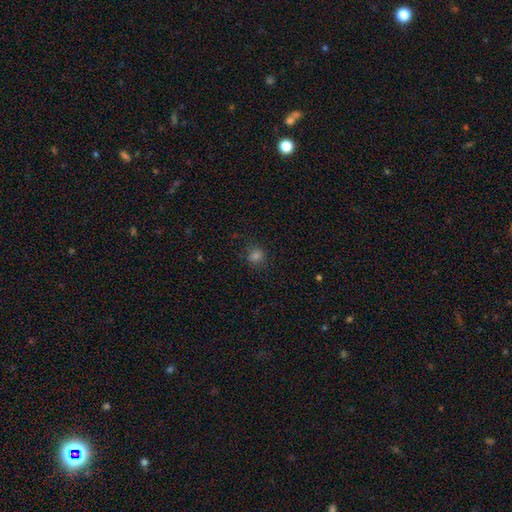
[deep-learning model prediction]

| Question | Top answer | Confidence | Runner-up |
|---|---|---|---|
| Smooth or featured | smooth | 73% | star or artifact (21%) |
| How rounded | round | 76% | in between (23%) |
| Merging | none | 81% | minor disturbance (13%) |